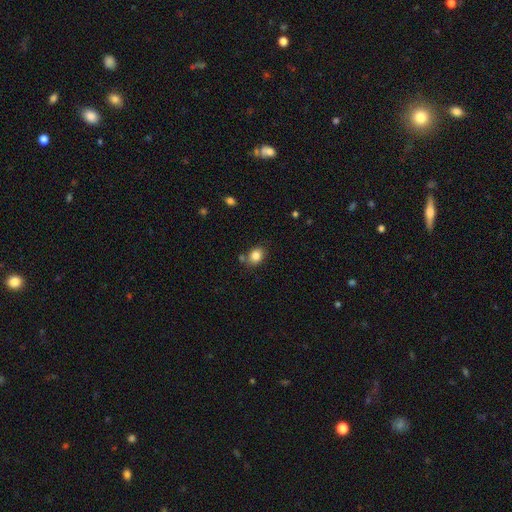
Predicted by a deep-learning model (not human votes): This is clearly a smooth galaxy (83%). How rounded: possibly round (50%, tied with in between). Merging: likely none (73%).